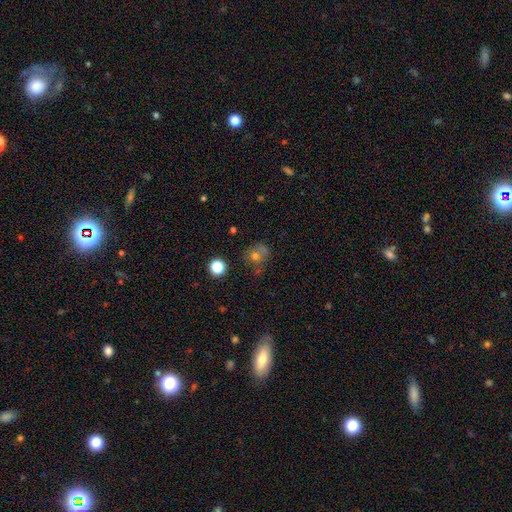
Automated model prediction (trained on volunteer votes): Smooth or featured: smooth — 60% (star or artifact — 21%)
How rounded: round — 77% (in between — 22%)
Merging: none — 56% (minor disturbance — 21%)